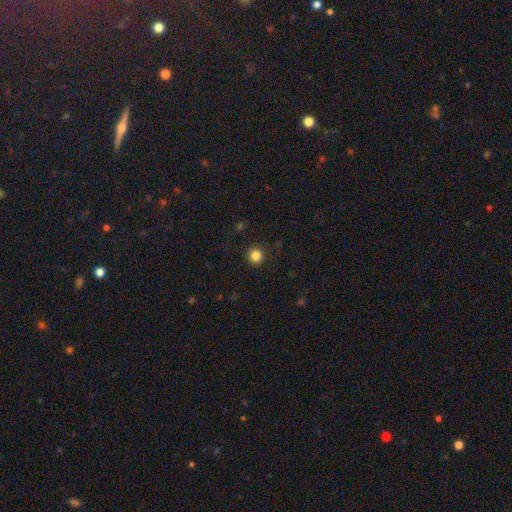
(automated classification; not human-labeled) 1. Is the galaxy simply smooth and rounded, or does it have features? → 84% smooth, 12% star or artifact, 4% featured or disk.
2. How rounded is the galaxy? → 95% round, 4% in between, 1% cigar-shaped.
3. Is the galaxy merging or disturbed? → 92% none, 5% minor disturbance, 2% major disturbance, 1% merger.